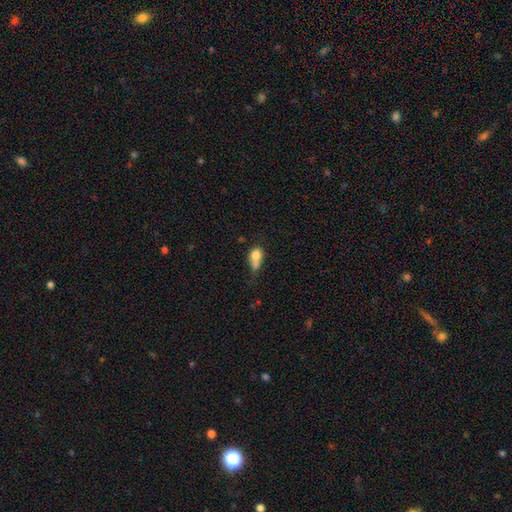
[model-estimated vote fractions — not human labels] Smooth or featured? Predicted: smooth (p=0.73). How rounded? Predicted: in between (p=0.61). Merging? Predicted: merger (p=0.37).